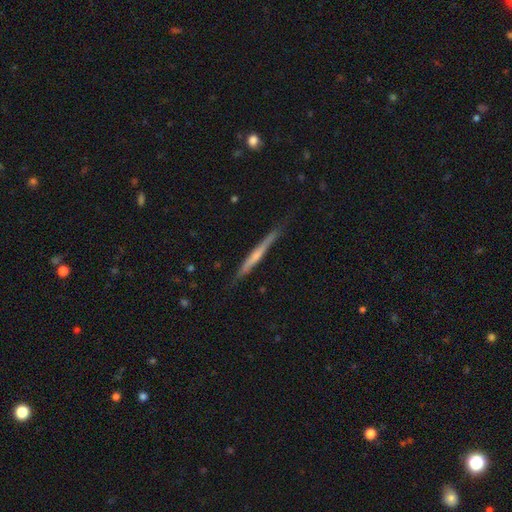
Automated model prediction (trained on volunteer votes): smooth_or_featured: featured or disk (p=0.57) [alt: smooth p=0.37]
disk_edge_on: yes (p=0.97) [alt: no p=0.03]
edge_on_bulge: none (p=0.61) [alt: rounded p=0.32]
merging: none (p=0.83) [alt: minor disturbance p=0.14]